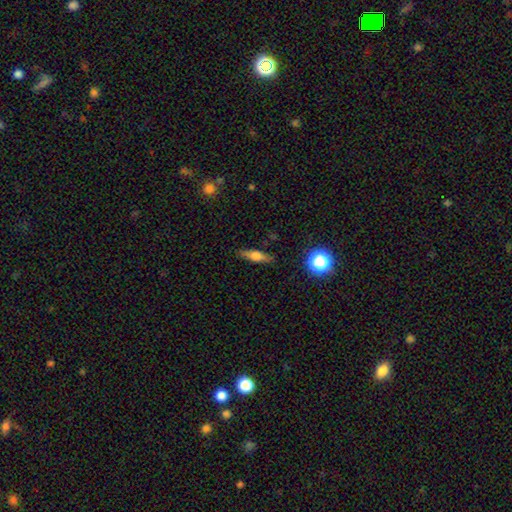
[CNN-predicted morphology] A smooth galaxy with no disk features (51%) that is cigar-shaped (63%). Merging: none (85%).